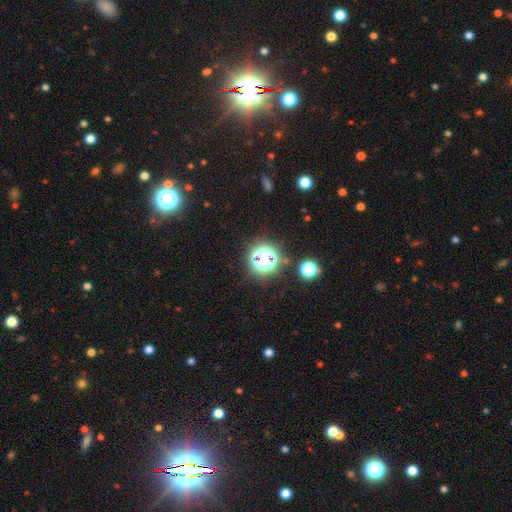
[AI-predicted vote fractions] Smooth or featured: star or artifact — 71% (smooth — 21%)